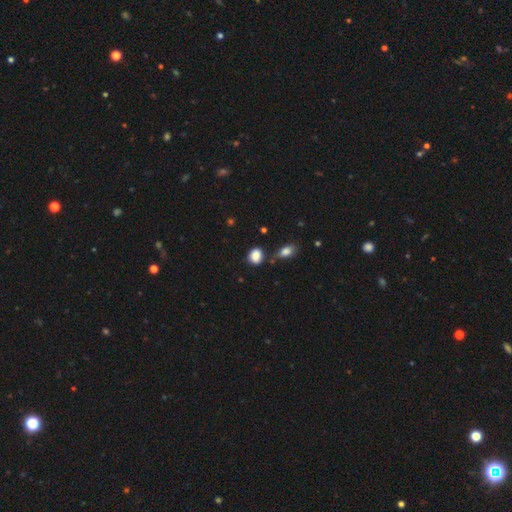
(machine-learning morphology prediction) Smooth or featured? smooth (85%)
How rounded? in between (56%)
Merging? none (65%)